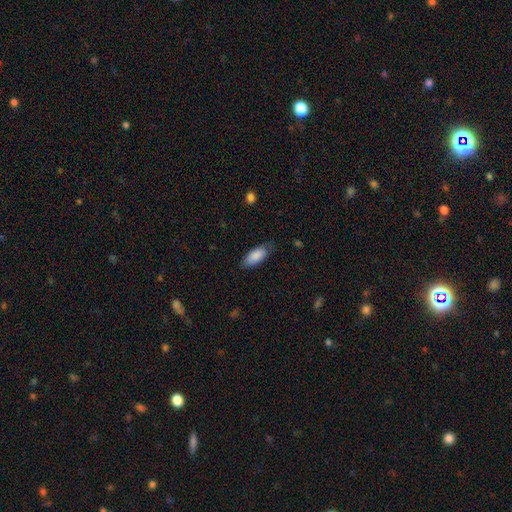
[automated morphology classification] This appears to be a smooth galaxy with no disk features (87%) that is in between round and cigar-shaped (87%). Merging: none (75%).